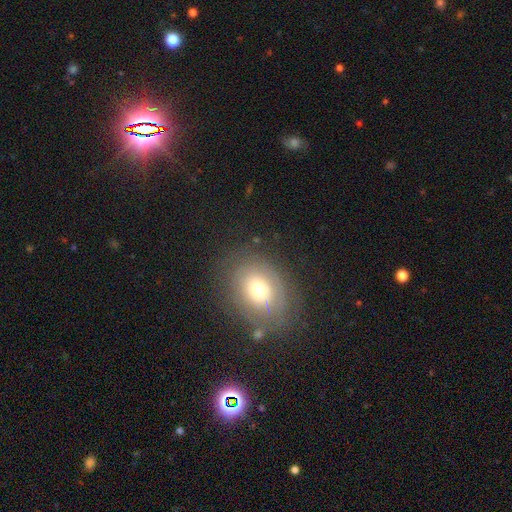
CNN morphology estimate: This appears to be a smooth galaxy with no disk features (56%) that is in between round and cigar-shaped (51%). Merging: none (86%).